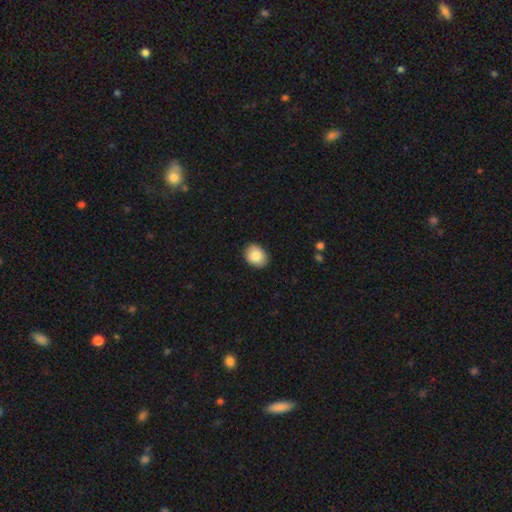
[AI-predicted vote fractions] Q: Smooth or featured?
A: smooth (85%); runner-up: featured or disk (8%)
Q: How rounded?
A: in between (63%); runner-up: round (36%)
Q: Merging?
A: none (88%); runner-up: minor disturbance (9%)